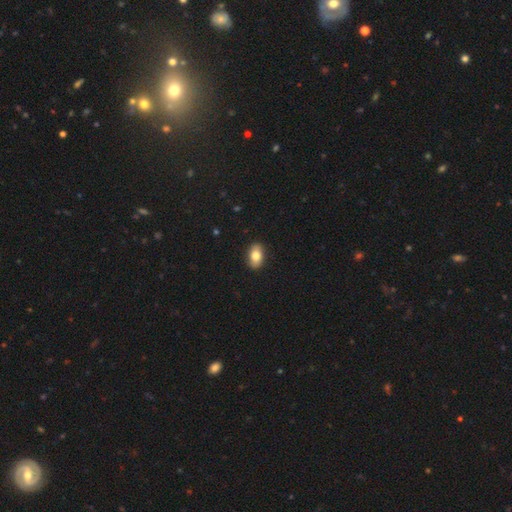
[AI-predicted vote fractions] Smooth or featured: smooth — 80% (featured or disk — 13%)
How rounded: in between — 87% (round — 11%)
Merging: none — 88% (minor disturbance — 9%)